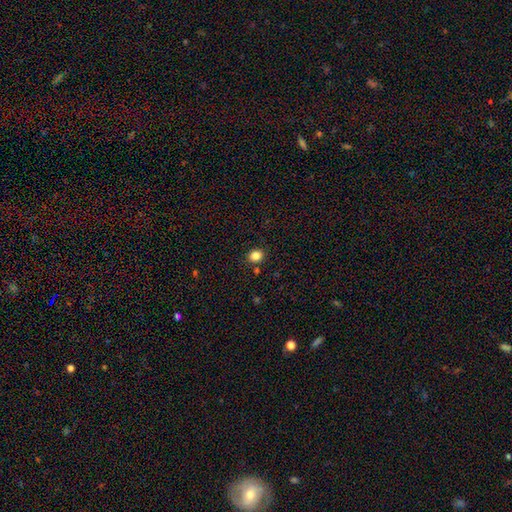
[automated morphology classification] A smooth galaxy with no disk features (84%) that is round (67%).

Vote fractions:
- Smooth or featured? smooth: 84% / star or artifact: 12% / featured or disk: 4%
- How rounded? round: 67% / in between: 32% / cigar-shaped: 1%
- Merging? none: 85% / minor disturbance: 8% / merger: 4% / major disturbance: 2%